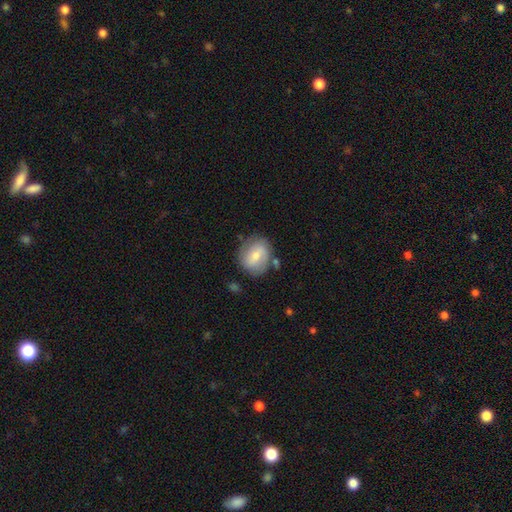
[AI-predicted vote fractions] This appears to be a smooth galaxy with no disk features (59%) that is round (62%). Merging: none (73%).